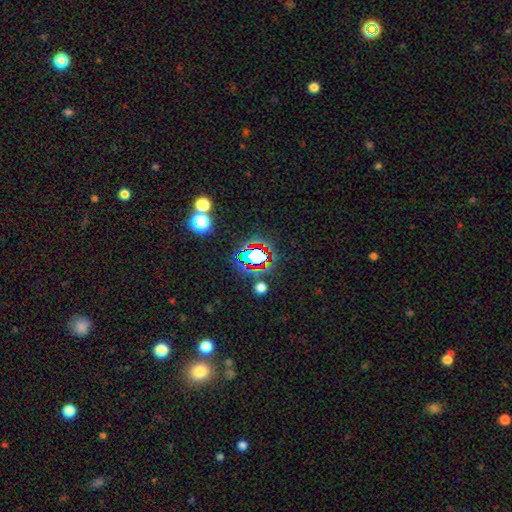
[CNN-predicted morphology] Smooth or featured? star or artifact (63%)